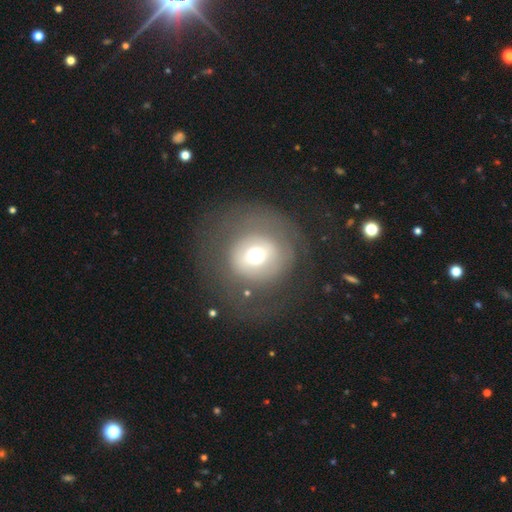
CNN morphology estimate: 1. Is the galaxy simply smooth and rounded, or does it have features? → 54% smooth, 33% featured or disk, 13% star or artifact.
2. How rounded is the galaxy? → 90% round, 9% in between, 1% cigar-shaped.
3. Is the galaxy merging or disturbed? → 59% none, 24% major disturbance, 15% minor disturbance, 2% merger.